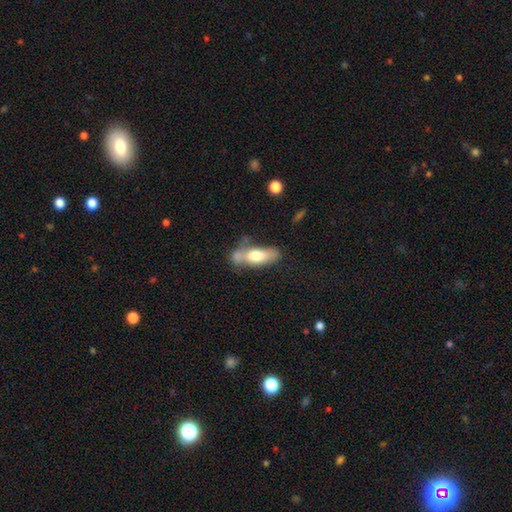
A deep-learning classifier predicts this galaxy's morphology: This is likely a smooth galaxy (66%). How rounded: likely in between (68%). Merging: marginally none (37%).